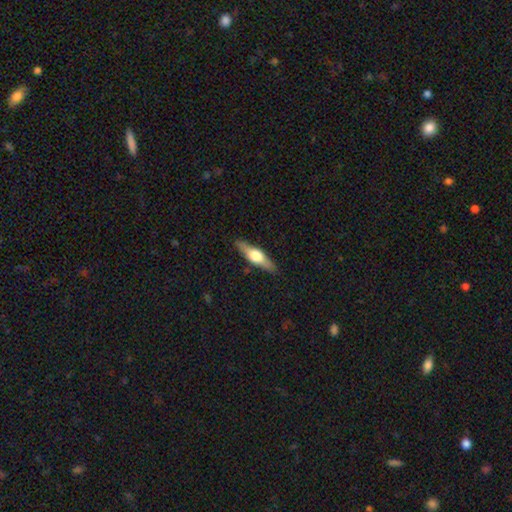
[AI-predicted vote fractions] The model was most divided on "smooth or featured": featured or disk: 58%, smooth: 37%, star or artifact: 6%. More confident: edge-on disk — yes (94%); edge-on bulge — rounded (93%); merging — none (89%).